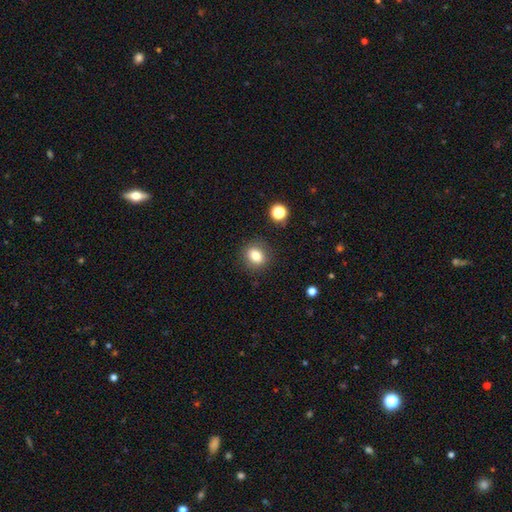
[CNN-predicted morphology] A smooth galaxy with no disk features (81%) that is round (59%). Merging: none (87%).